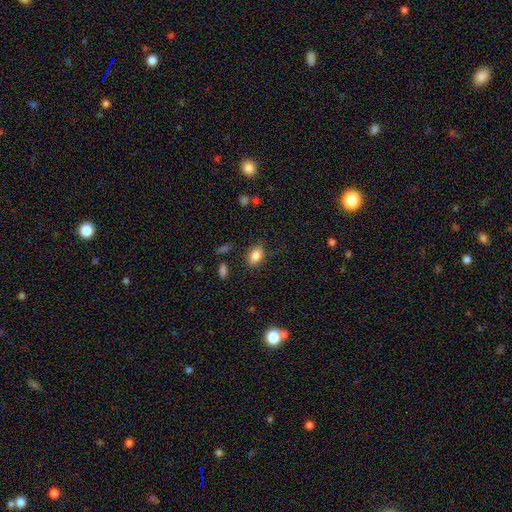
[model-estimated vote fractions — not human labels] Overall: smooth (84%). How rounded: in between (83%). Merging: none (78%).